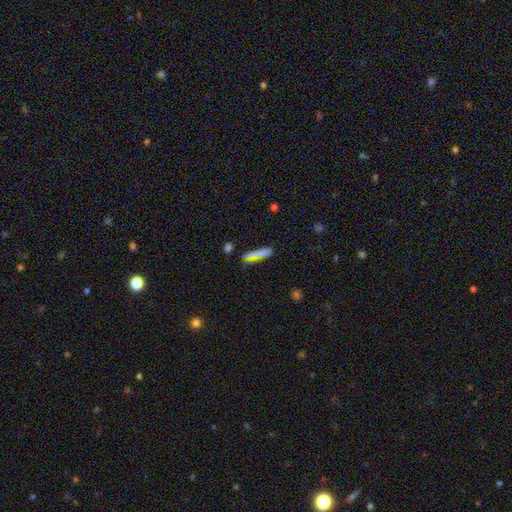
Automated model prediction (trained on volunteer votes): This is likely a smooth galaxy (74%). How rounded: clearly cigar-shaped (84%). Merging: likely none (74%).